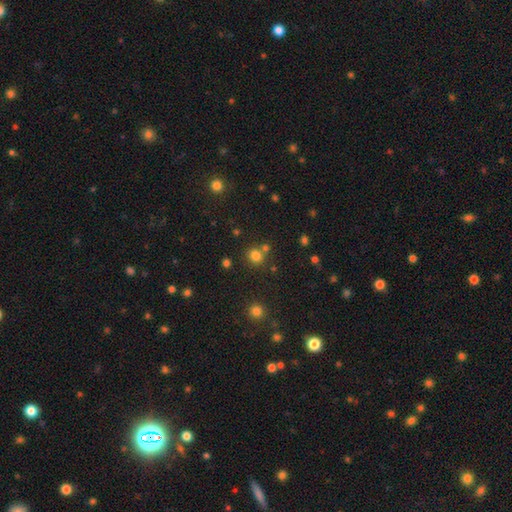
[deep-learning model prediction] This appears to be a smooth galaxy with no disk features (77%) that is round (83%). Merging: none (70%).